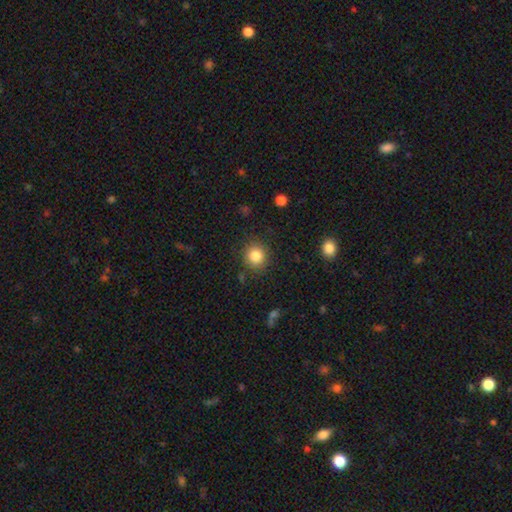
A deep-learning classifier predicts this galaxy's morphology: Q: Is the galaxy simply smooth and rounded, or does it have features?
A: smooth — 84%.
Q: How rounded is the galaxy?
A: round — 88%.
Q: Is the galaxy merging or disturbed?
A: none — 87%.